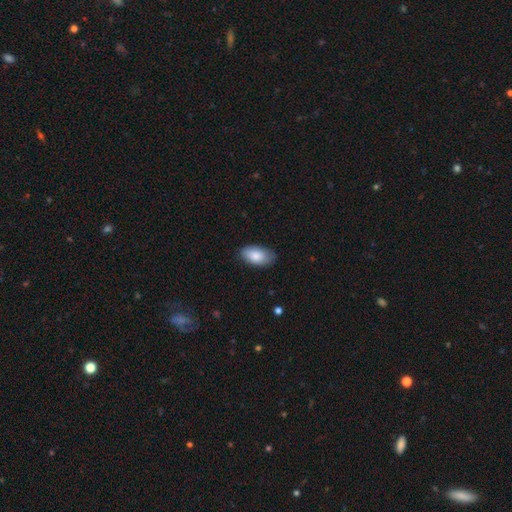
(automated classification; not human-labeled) Morphology: type=smooth (84%); roundness=in between (95%); merging=none (79%).